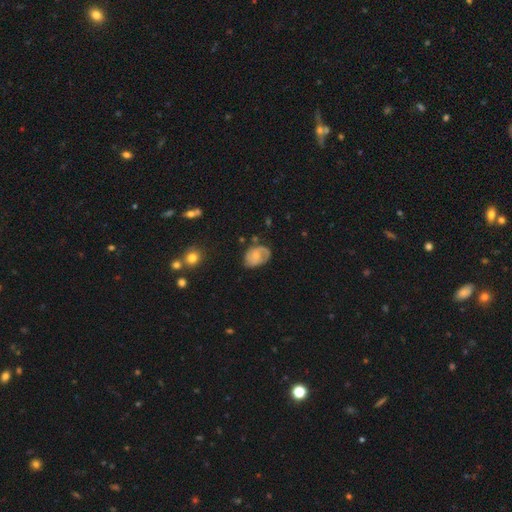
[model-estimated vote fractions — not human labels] featured or disk 51%, smooth 41%, star or artifact 8%. Down the decision tree: edge-on disk — no (97%); merging — none (58%).